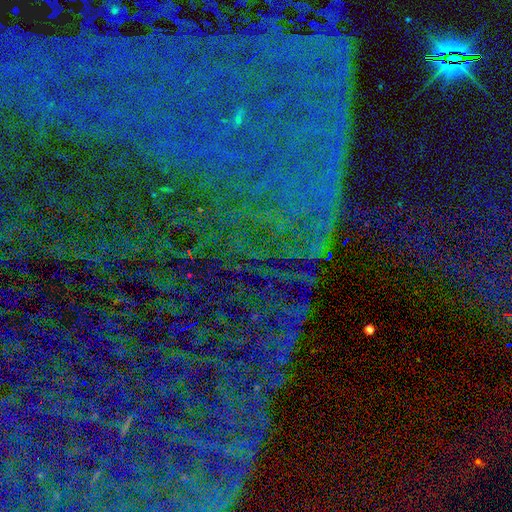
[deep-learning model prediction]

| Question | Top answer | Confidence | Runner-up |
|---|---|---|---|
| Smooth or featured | star or artifact | 82% | smooth (10%) |